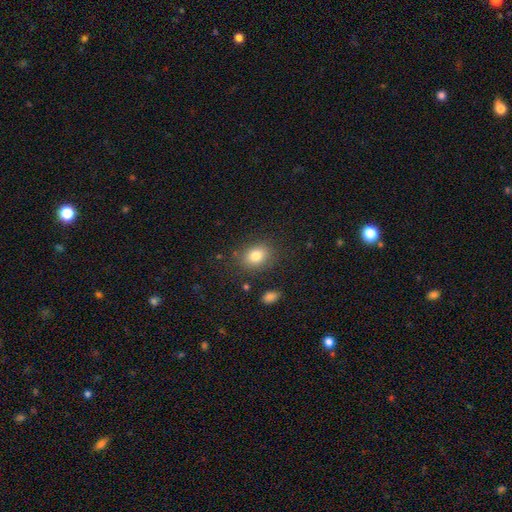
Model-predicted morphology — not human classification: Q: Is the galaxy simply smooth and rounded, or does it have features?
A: smooth — 80%.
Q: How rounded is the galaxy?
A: in between — 57%.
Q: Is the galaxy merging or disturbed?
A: none — 82%.